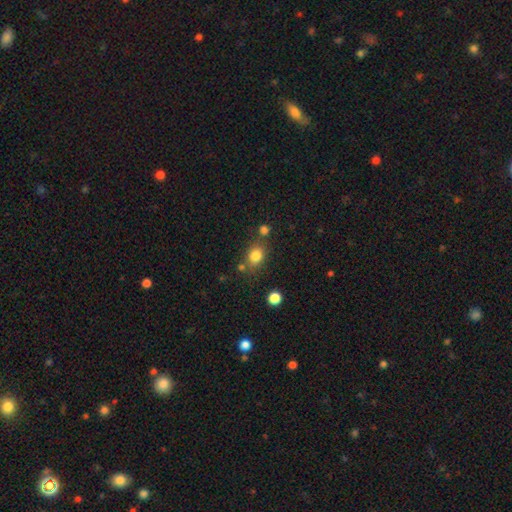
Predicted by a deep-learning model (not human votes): A smooth galaxy with no disk features (81%) that is round (53%).

Vote fractions:
- Smooth or featured? smooth: 81% / star or artifact: 12% / featured or disk: 7%
- How rounded? round: 53% / in between: 46% / cigar-shaped: 1%
- Merging? none: 70% / minor disturbance: 13% / merger: 12% / major disturbance: 5%